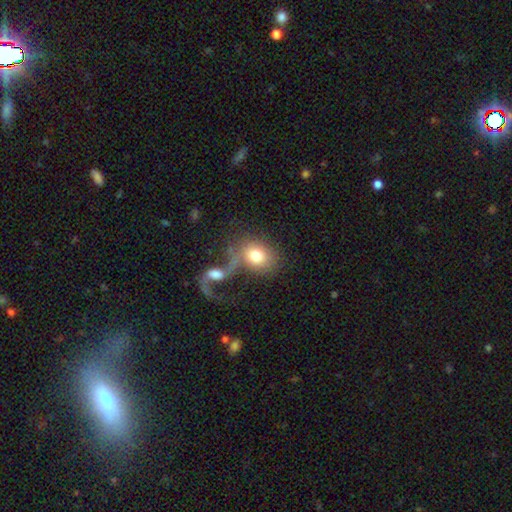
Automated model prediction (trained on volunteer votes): The model was most divided on "how rounded": in between: 52%, round: 47%, cigar-shaped: 2%. Remaining: smooth or featured — smooth (69%); merging — merger (44%).